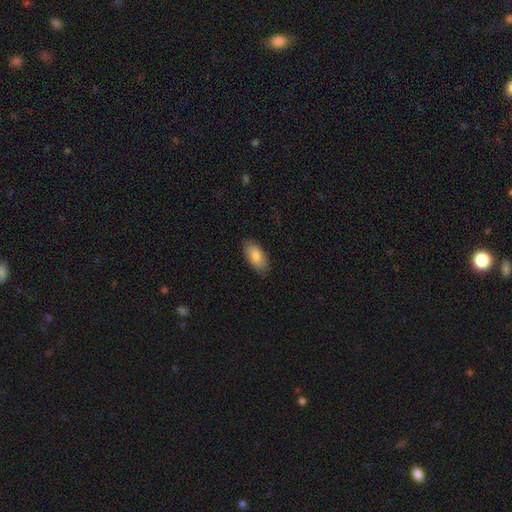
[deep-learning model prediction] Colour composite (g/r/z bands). It shows a smooth galaxy with no disk features (84%) that is in between round and cigar-shaped (92%). Merging: none (84%).